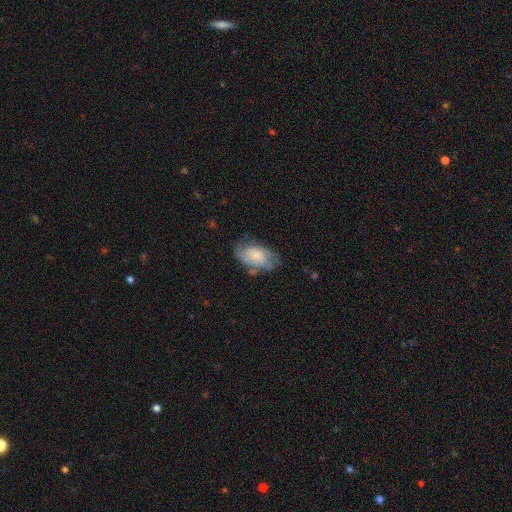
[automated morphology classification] A featured or disk galaxy (49%).

Vote fractions:
- Smooth or featured? featured or disk: 49% / smooth: 43% / star or artifact: 7%
- Merging? none: 57% / minor disturbance: 27% / major disturbance: 13% / merger: 3%